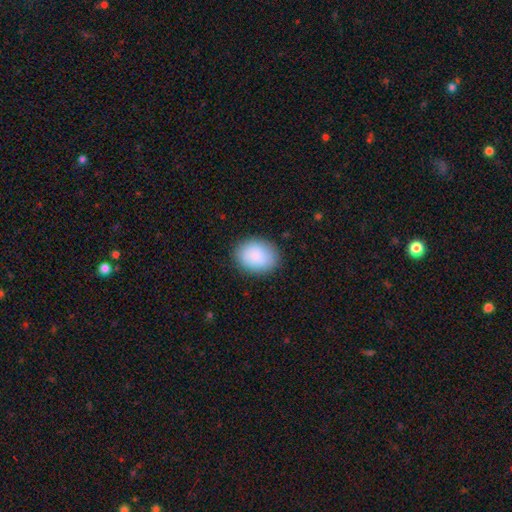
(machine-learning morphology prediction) Smooth or featured? smooth (88%)
How rounded? in between (64%)
Merging? none (86%)